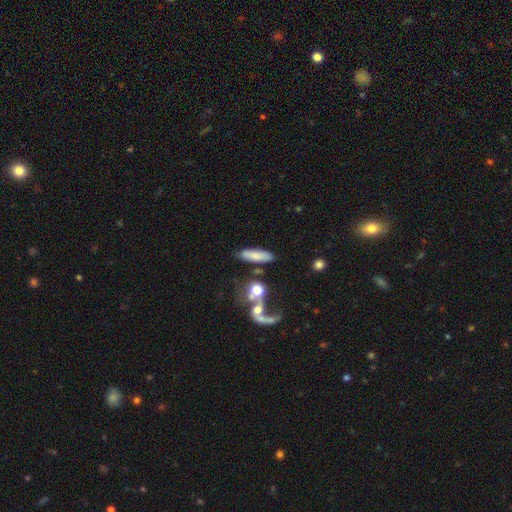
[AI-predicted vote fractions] Overall: smooth (71%). How rounded: cigar-shaped (55%; in between 40%). Merging: none (65%).